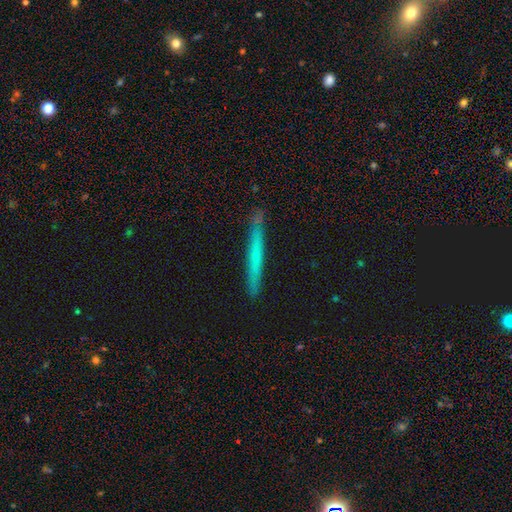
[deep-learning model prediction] This is possibly a smooth galaxy (54%). How rounded: clearly cigar-shaped (97%). Merging: clearly none (87%).